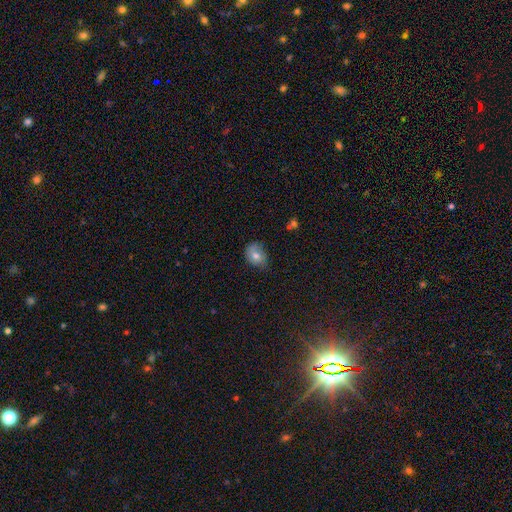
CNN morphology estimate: Overall: smooth (72%). How rounded: in between (51%; round 48%). Merging: none (51%; minor disturbance 37%).